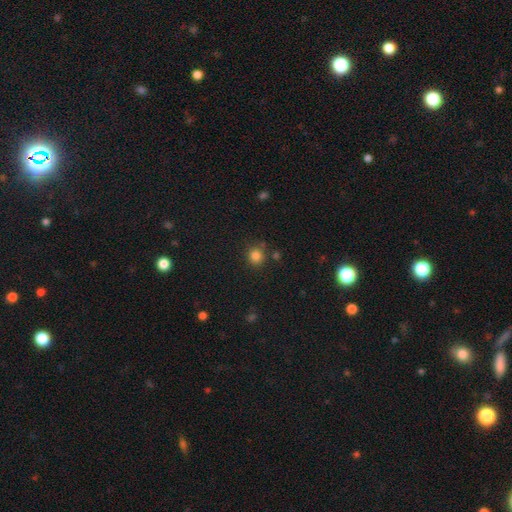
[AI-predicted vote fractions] A smooth galaxy with no disk features (83%) that is round (88%). Merging: none (79%).